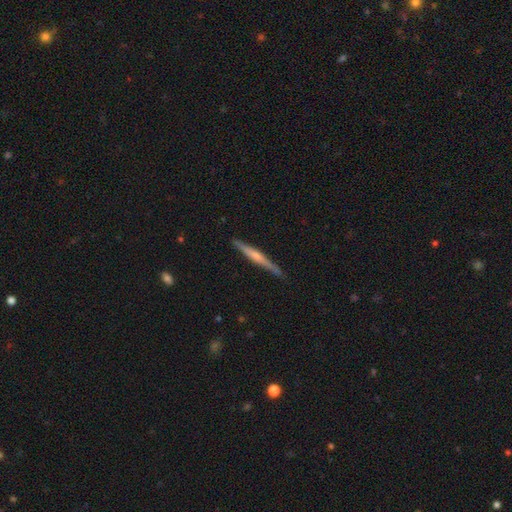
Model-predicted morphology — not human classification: smooth_or_featured: featured or disk (p=0.67) [alt: smooth p=0.28]
disk_edge_on: yes (p=0.98) [alt: no p=0.02]
edge_on_bulge: rounded (p=0.59) [alt: none p=0.25]
merging: none (p=0.88) [alt: minor disturbance p=0.09]